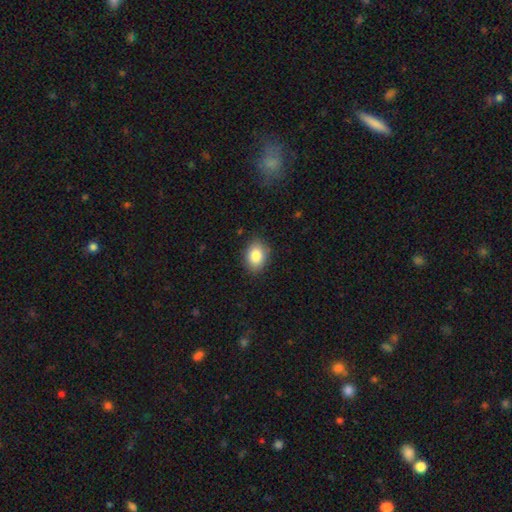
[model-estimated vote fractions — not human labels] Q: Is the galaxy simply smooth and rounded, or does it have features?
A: smooth — 86%.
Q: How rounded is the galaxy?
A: in between — 75%.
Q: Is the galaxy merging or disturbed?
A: none — 85%.